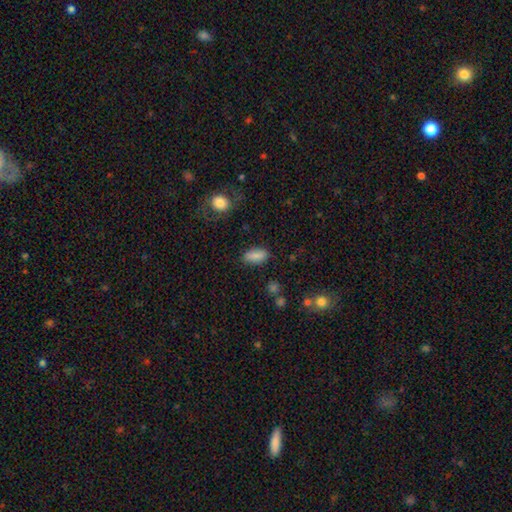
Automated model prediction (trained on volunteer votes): Smooth or featured: smooth — 84% (featured or disk — 8%)
How rounded: in between — 85% (cigar-shaped — 11%)
Merging: none — 83% (minor disturbance — 11%)